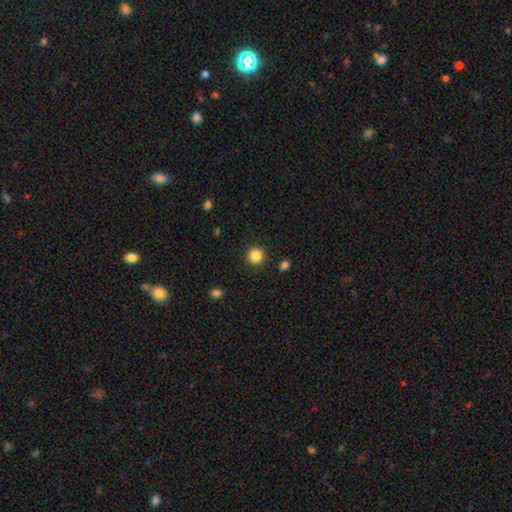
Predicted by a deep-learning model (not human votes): Morphology: type=smooth (85%); roundness=round (94%); merging=none (92%).